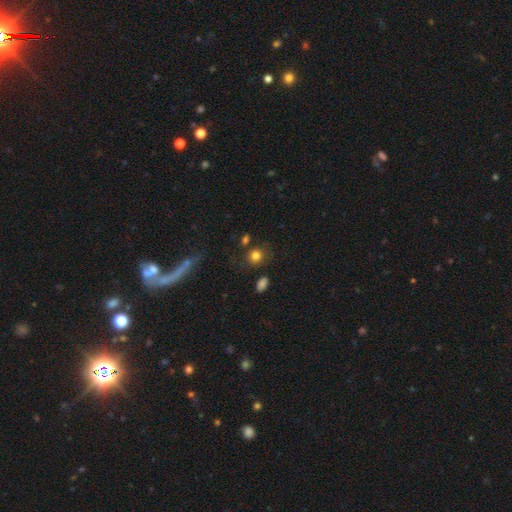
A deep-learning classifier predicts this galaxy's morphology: Smooth or featured?
  - smooth: 81% *
  - star or artifact: 12%
  - featured or disk: 7%
How rounded?
  - round: 79% *
  - in between: 20%
  - cigar-shaped: 1%
Merging?
  - none: 73% *
  - minor disturbance: 14%
  - merger: 7%
  - major disturbance: 6%